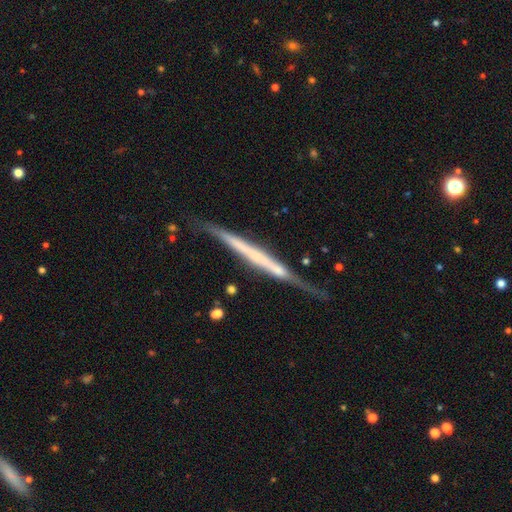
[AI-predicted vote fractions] Q: Smooth or featured?
A: featured or disk (70%); runner-up: smooth (25%)
Q: Edge-on disk?
A: yes (95%); runner-up: no (5%)
Q: Edge-on bulge?
A: none (74%); runner-up: boxy (14%)
Q: Merging?
A: none (69%); runner-up: minor disturbance (22%)